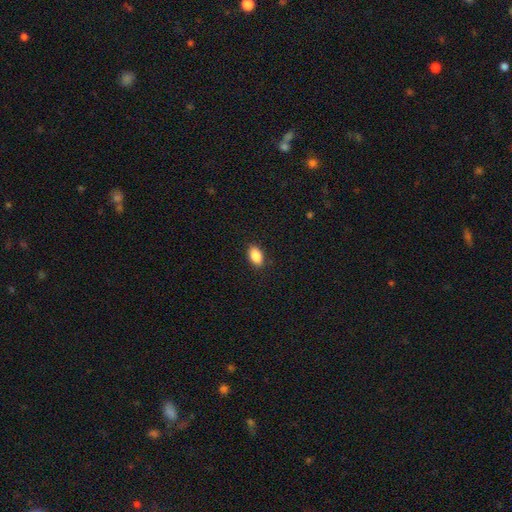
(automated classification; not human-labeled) Overall: smooth (88%). How rounded: in between (91%). Merging: none (89%).